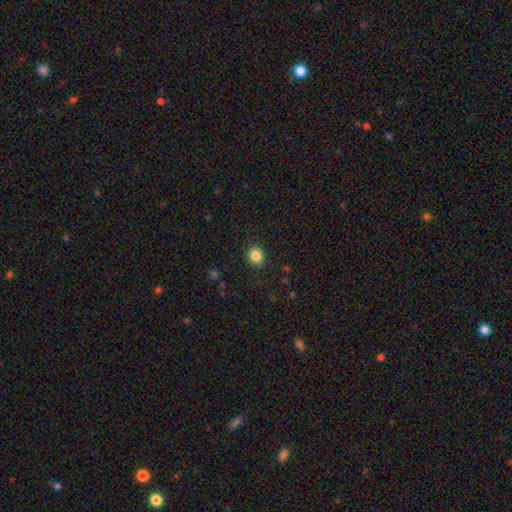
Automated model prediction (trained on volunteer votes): This is clearly a smooth galaxy (84%). How rounded: likely round (66%). Merging: clearly none (90%).